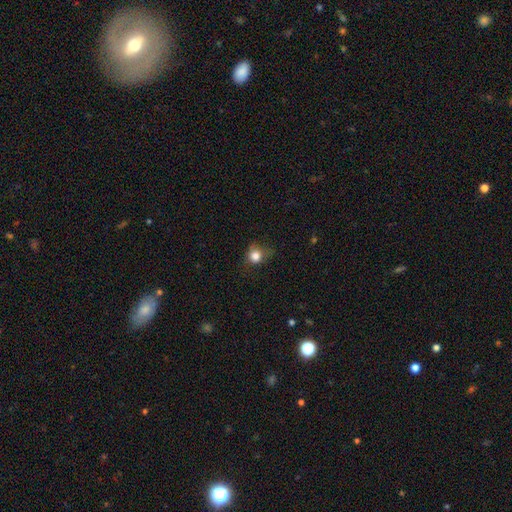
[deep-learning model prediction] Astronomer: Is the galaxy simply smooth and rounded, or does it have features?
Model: smooth — 81%.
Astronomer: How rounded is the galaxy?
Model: round — 78%.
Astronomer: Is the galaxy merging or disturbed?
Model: none — 58%.